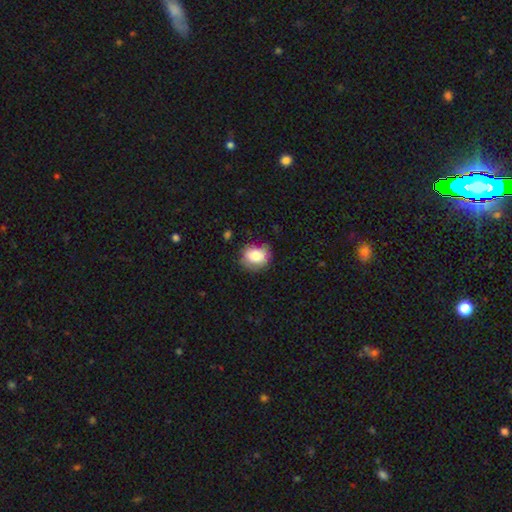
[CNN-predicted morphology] Smooth or featured: smooth — 78% (featured or disk — 13%)
How rounded: round — 60% (in between — 39%)
Merging: none — 66% (minor disturbance — 25%)